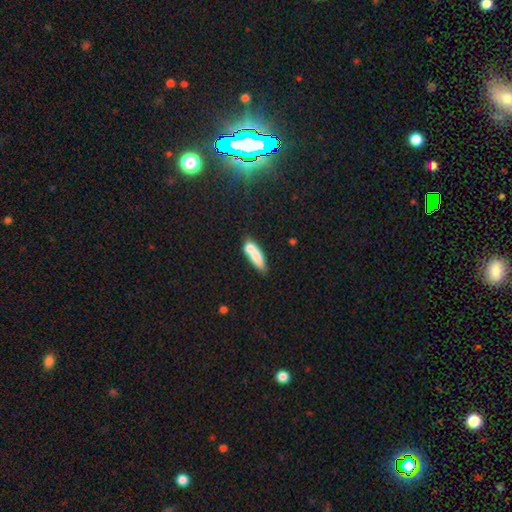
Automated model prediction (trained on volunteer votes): Smooth or featured? Predicted: smooth (p=0.72). How rounded? Predicted: cigar-shaped (p=0.52). Merging? Predicted: none (p=0.43).